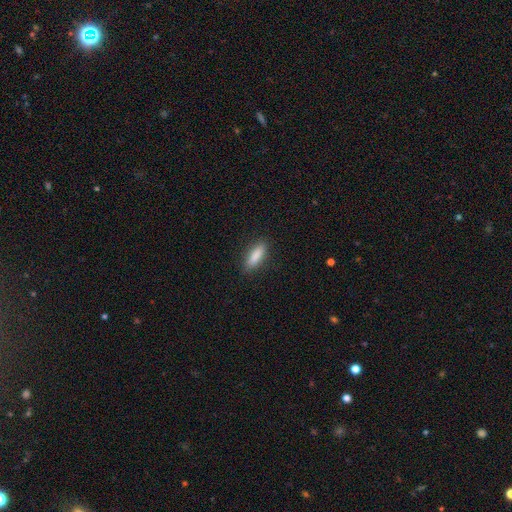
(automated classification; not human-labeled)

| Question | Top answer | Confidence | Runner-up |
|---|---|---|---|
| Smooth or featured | smooth | 86% | featured or disk (8%) |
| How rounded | cigar-shaped | 50% | in between (48%) |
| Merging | none | 87% | minor disturbance (9%) |